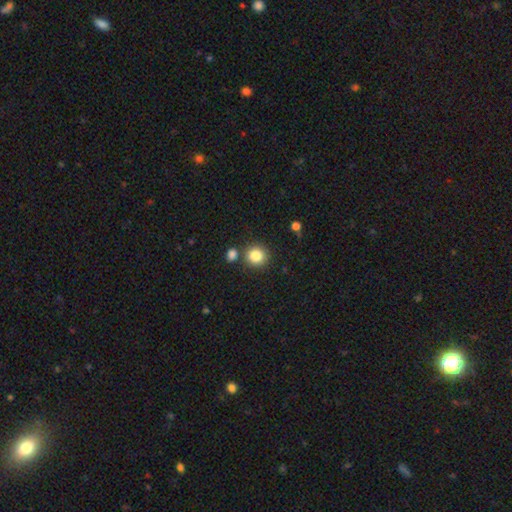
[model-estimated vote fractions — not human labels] The model was most divided on "merging": none: 77%, merger: 11%, minor disturbance: 9%, major disturbance: 3%. More confident: how rounded — round (87%); smooth or featured — smooth (85%).